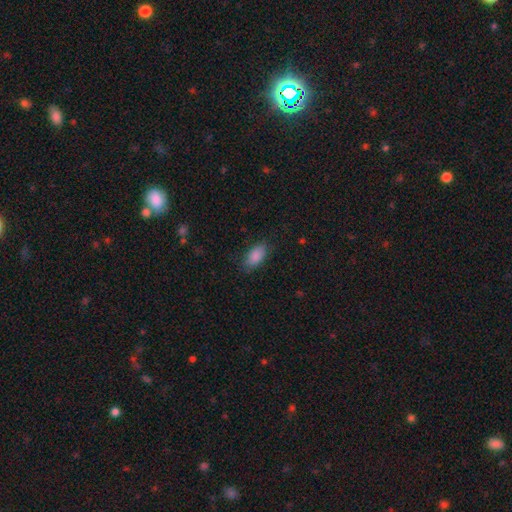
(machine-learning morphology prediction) This appears to be a smooth galaxy with no disk features (88%) that is in between round and cigar-shaped (92%). Merging: none (81%).